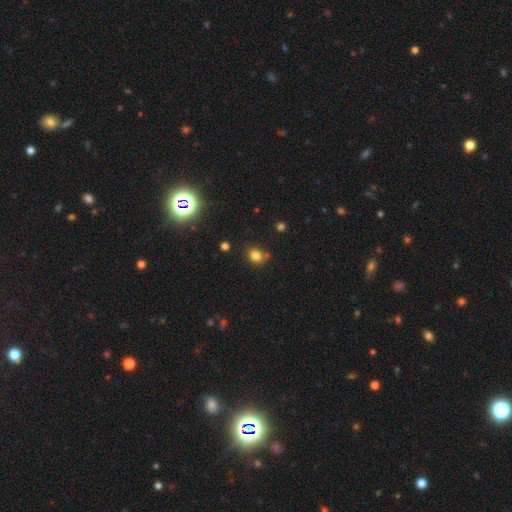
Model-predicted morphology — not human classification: smooth 79%, star or artifact 15%, featured or disk 6%. Down the decision tree: how rounded — round (73%); merging — none (74%).